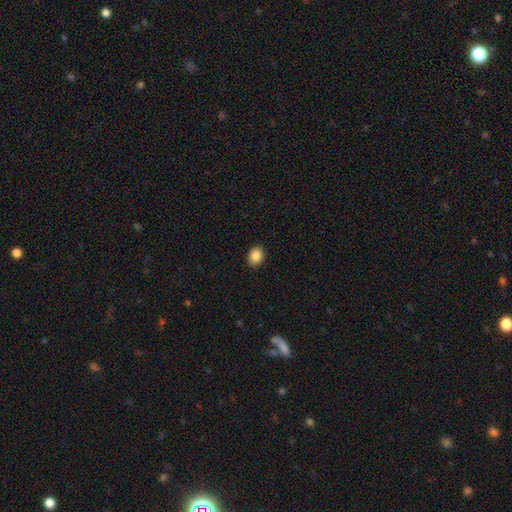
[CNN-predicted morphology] This is clearly a smooth galaxy (87%). How rounded: possibly in between (57%). Merging: clearly none (91%).